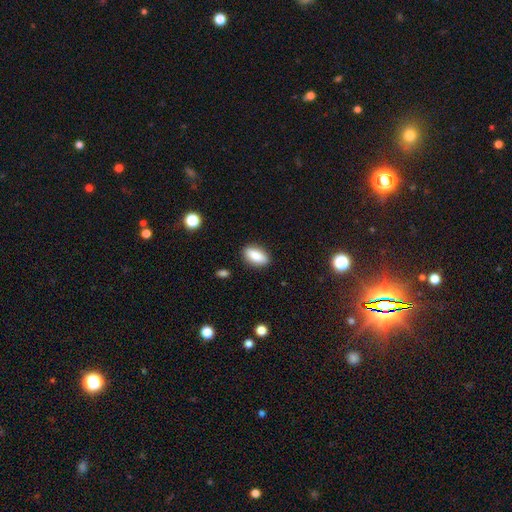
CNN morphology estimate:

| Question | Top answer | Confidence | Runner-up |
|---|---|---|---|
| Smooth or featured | smooth | 86% | star or artifact (7%) |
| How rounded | in between | 88% | cigar-shaped (8%) |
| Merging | none | 87% | minor disturbance (9%) |